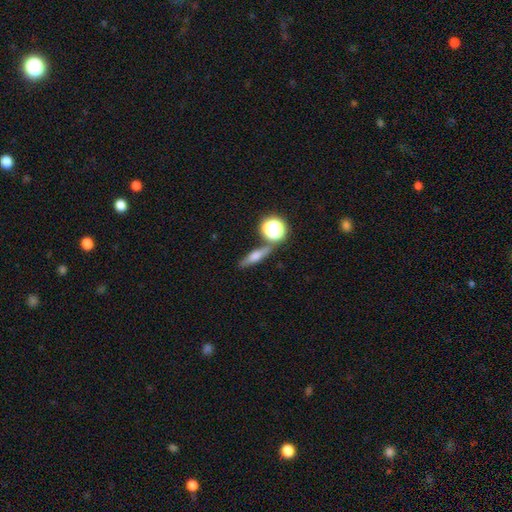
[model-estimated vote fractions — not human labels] Morphology: type=featured or disk (43%); merging=none (79%).